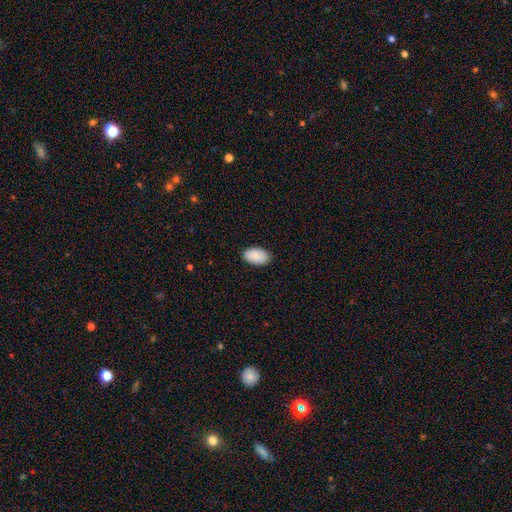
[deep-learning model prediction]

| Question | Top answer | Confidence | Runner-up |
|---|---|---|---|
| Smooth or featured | smooth | 89% | star or artifact (6%) |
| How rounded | in between | 94% | round (4%) |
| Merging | none | 87% | minor disturbance (10%) |